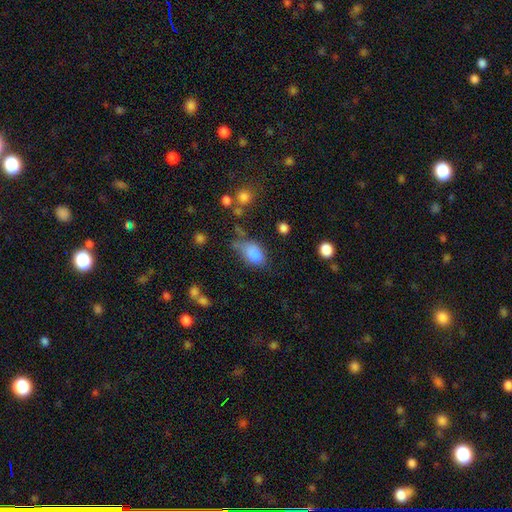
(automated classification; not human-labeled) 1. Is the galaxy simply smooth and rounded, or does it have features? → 79% smooth, 11% featured or disk, 10% star or artifact.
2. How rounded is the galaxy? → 85% in between, 12% round, 3% cigar-shaped.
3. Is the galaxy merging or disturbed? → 36% none, 33% minor disturbance, 20% major disturbance, 11% merger.